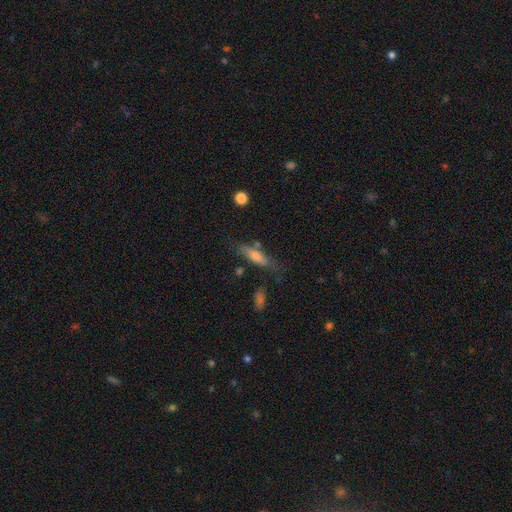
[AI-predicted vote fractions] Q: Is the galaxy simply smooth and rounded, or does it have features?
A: smooth — 48%.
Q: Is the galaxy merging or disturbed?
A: none — 68%.